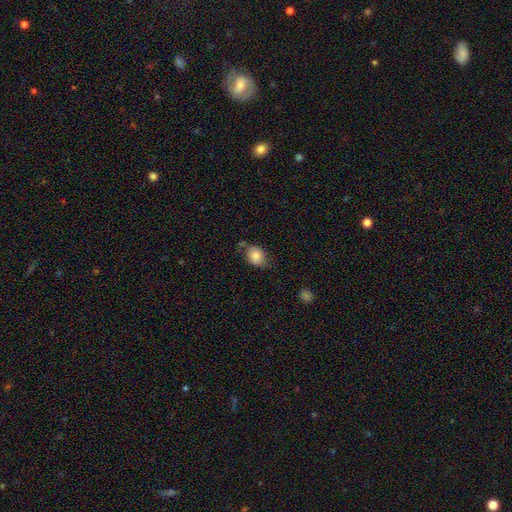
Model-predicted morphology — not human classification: smooth_or_featured: smooth (p=0.81) [alt: featured or disk p=0.10]
how_rounded: in between (p=0.53) [alt: round p=0.46]
merging: none (p=0.63) [alt: minor disturbance p=0.26]